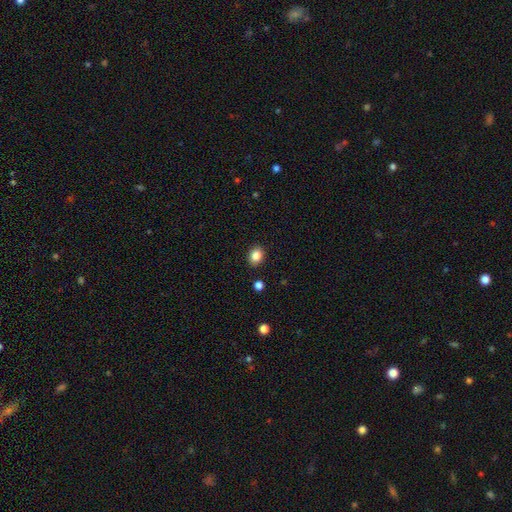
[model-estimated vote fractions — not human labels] smooth_or_featured: smooth (p=0.85) [alt: star or artifact p=0.10]
how_rounded: round (p=0.55) [alt: in between p=0.44]
merging: none (p=0.90) [alt: minor disturbance p=0.07]